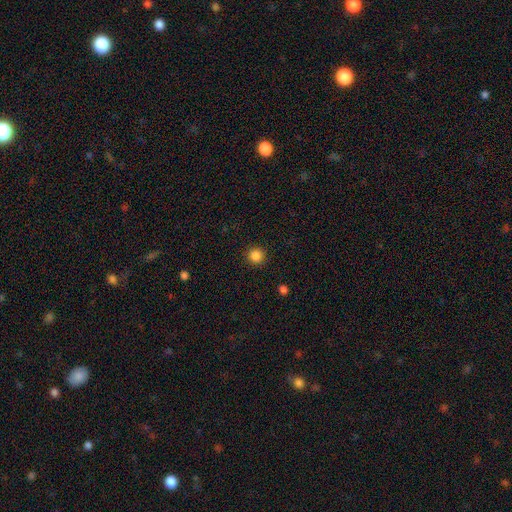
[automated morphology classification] smooth-or-featured: smooth: 86% | star or artifact: 11% | featured or disk: 3%
  how-rounded: round: 94% | in between: 5% | cigar-shaped: 1%
  merging: none: 91% | minor disturbance: 6% | major disturbance: 2% | merger: 1%